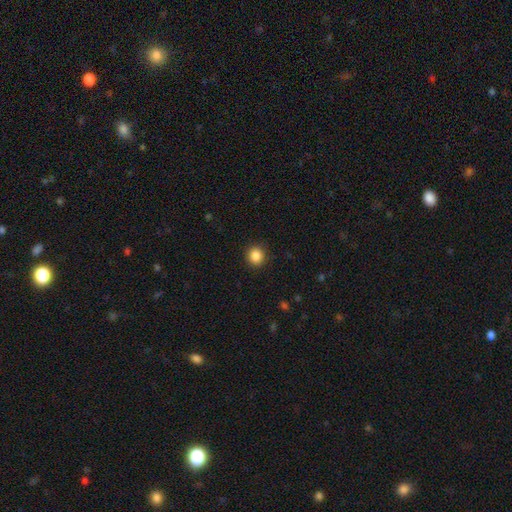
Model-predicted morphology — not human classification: smooth_or_featured: smooth (p=0.87) [alt: star or artifact p=0.10]
how_rounded: round (p=0.87) [alt: in between p=0.12]
merging: none (p=0.91) [alt: minor disturbance p=0.06]